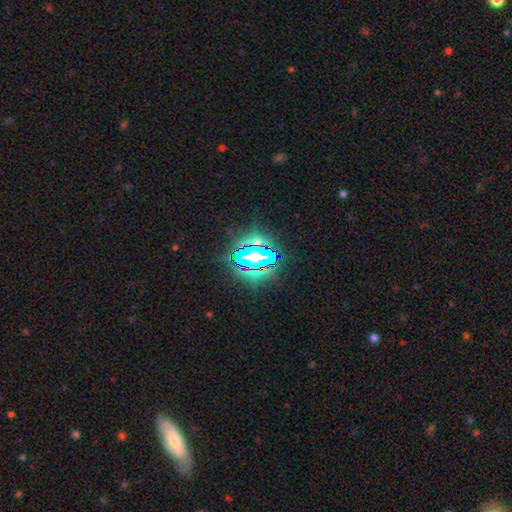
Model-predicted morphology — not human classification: A star or artifact, not a galaxy (67%).